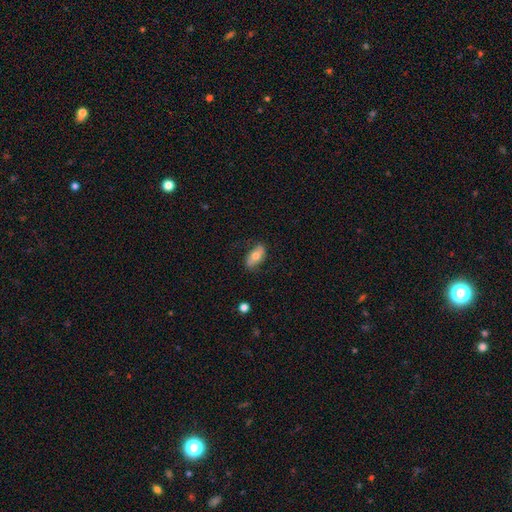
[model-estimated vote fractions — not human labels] smooth-or-featured: smooth: 62% | featured or disk: 31% | star or artifact: 7%
  how-rounded: in between: 88% | cigar-shaped: 7% | round: 5%
  merging: none: 76% | minor disturbance: 18% | major disturbance: 5% | merger: 1%